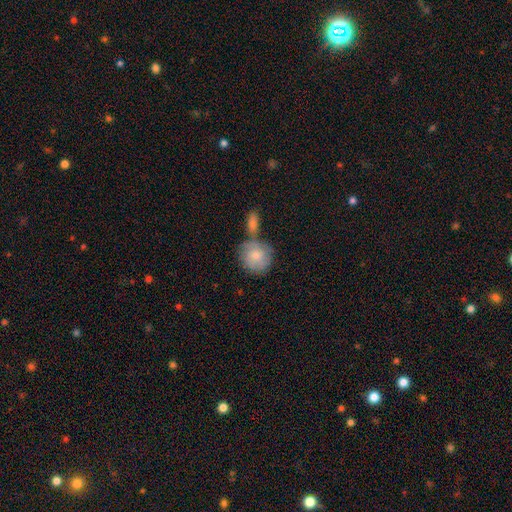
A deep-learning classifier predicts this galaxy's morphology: type=smooth (71%); roundness=round (83%); merging=none (46%).